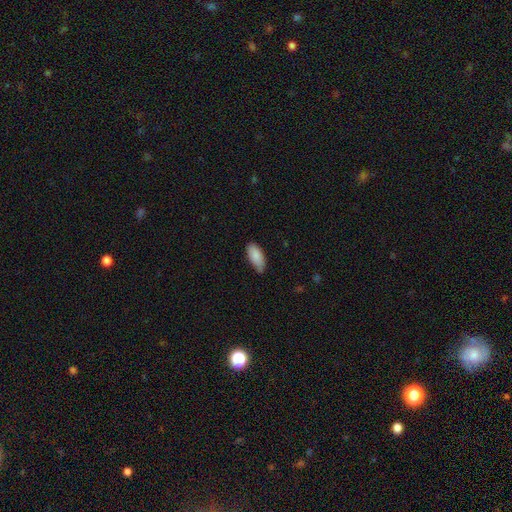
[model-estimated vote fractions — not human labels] This appears to be a smooth galaxy with no disk features (87%) that is in between round and cigar-shaped (89%). Merging: none (62%).